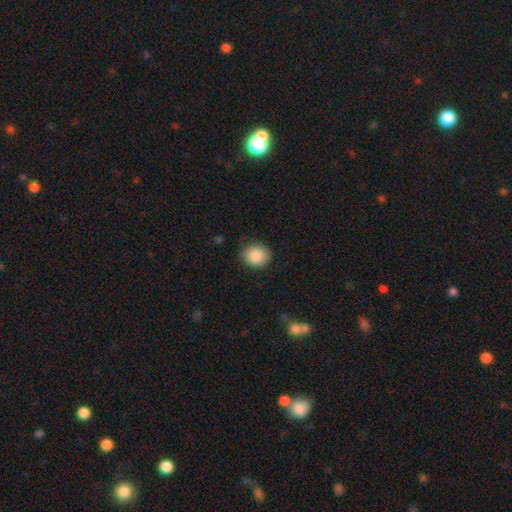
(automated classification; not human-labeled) The model was most divided on "how rounded": round: 66%, in between: 33%, cigar-shaped: 1%. More confident: smooth or featured — smooth (89%); merging — none (85%).